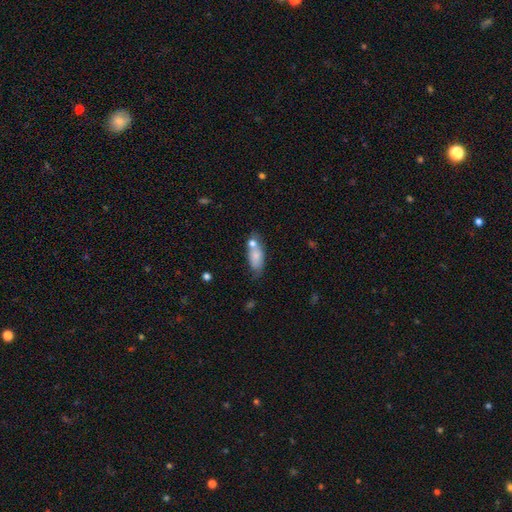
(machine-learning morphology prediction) Smooth or featured?
  - smooth: 75% *
  - featured or disk: 17%
  - star or artifact: 8%
How rounded?
  - in between: 76% *
  - cigar-shaped: 20%
  - round: 4%
Merging?
  - none: 46% *
  - merger: 27%
  - minor disturbance: 20%
  - major disturbance: 7%